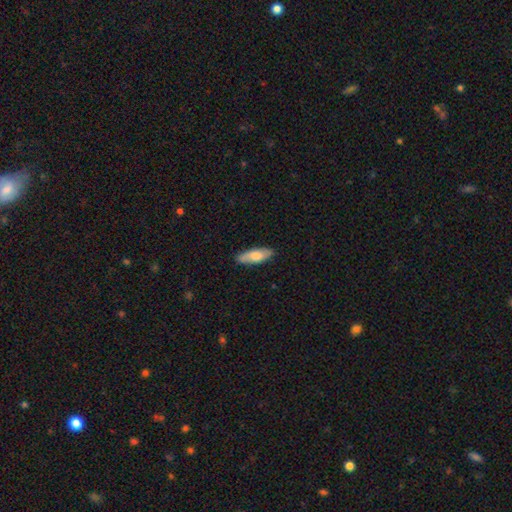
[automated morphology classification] Smooth or featured?
  - smooth: 72% *
  - featured or disk: 23%
  - star or artifact: 5%
How rounded?
  - in between: 59% *
  - cigar-shaped: 39%
  - round: 2%
Merging?
  - none: 86% *
  - minor disturbance: 11%
  - major disturbance: 2%
  - merger: 1%